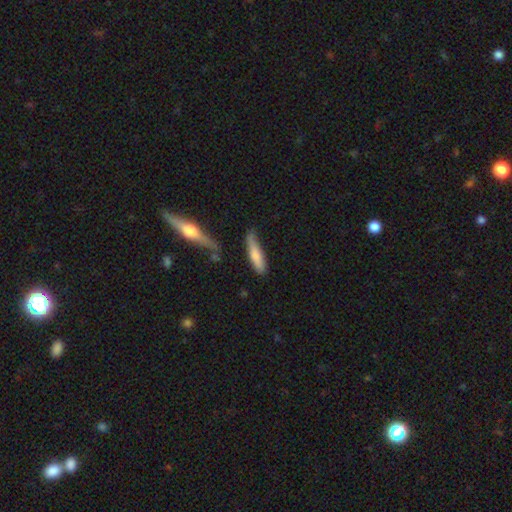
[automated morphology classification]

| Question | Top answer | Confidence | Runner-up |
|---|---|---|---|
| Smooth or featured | smooth | 72% | featured or disk (22%) |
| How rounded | cigar-shaped | 75% | in between (23%) |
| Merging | none | 55% | minor disturbance (29%) |